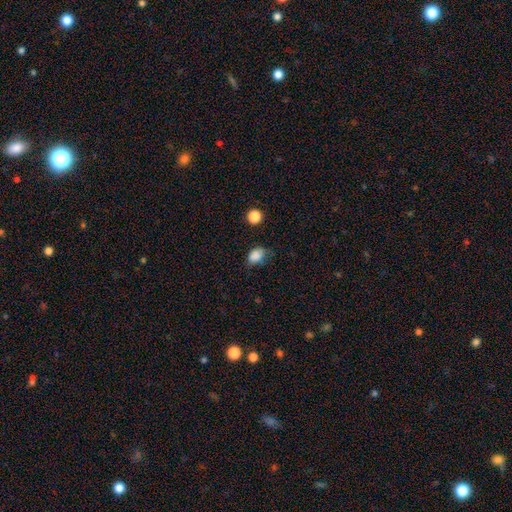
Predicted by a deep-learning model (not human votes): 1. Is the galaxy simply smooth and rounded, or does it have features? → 84% smooth, 11% star or artifact, 5% featured or disk.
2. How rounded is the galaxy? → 75% in between, 23% round, 1% cigar-shaped.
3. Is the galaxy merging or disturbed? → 53% none, 35% minor disturbance, 10% major disturbance, 3% merger.